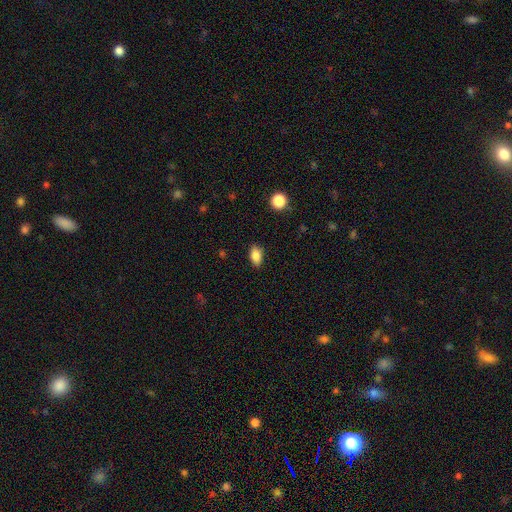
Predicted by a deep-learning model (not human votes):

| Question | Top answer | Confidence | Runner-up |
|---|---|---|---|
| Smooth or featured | smooth | 85% | star or artifact (9%) |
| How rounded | in between | 88% | round (9%) |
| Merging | none | 85% | minor disturbance (12%) |